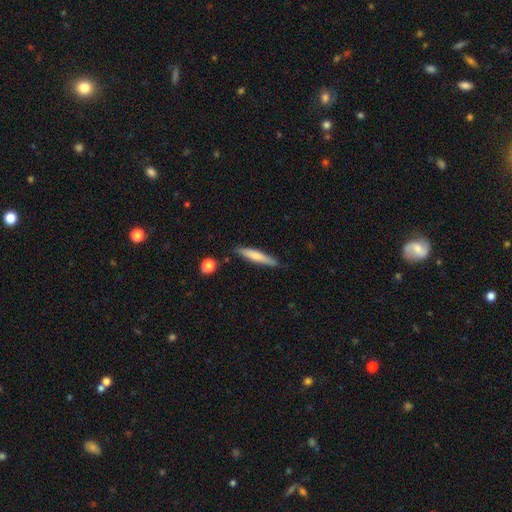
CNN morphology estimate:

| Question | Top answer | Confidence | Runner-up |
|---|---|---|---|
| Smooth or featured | smooth | 66% | featured or disk (28%) |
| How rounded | cigar-shaped | 91% | in between (8%) |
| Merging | none | 84% | minor disturbance (11%) |